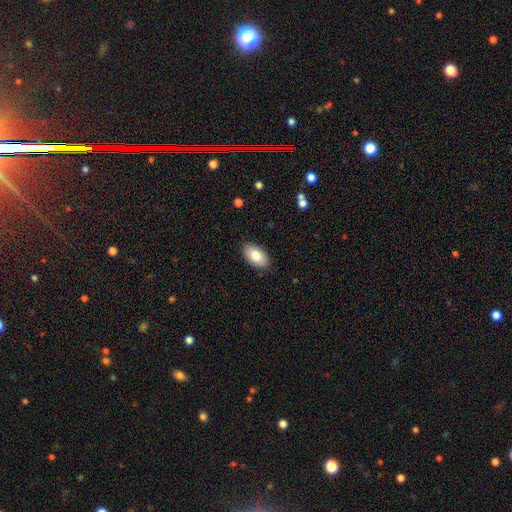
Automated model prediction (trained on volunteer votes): The model was most divided on "smooth or featured": smooth: 80%, featured or disk: 13%, star or artifact: 7%. More confident: how rounded — in between (95%); merging — none (88%).